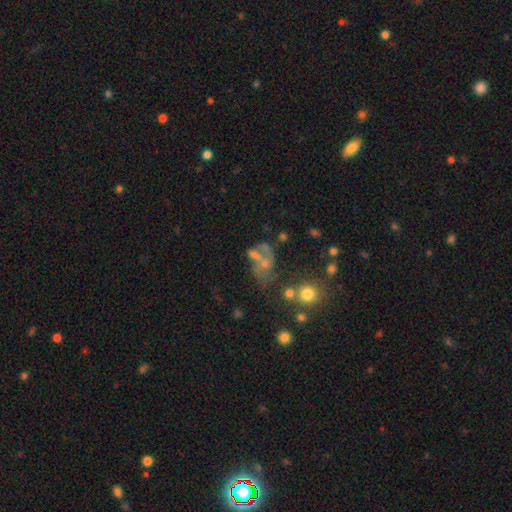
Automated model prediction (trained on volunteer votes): A featured or disk galaxy (44%).

Vote fractions:
- Smooth or featured? featured or disk: 44% / smooth: 37% / star or artifact: 19%
- Merging? merger: 35% / major disturbance: 26% / none: 24% / minor disturbance: 14%